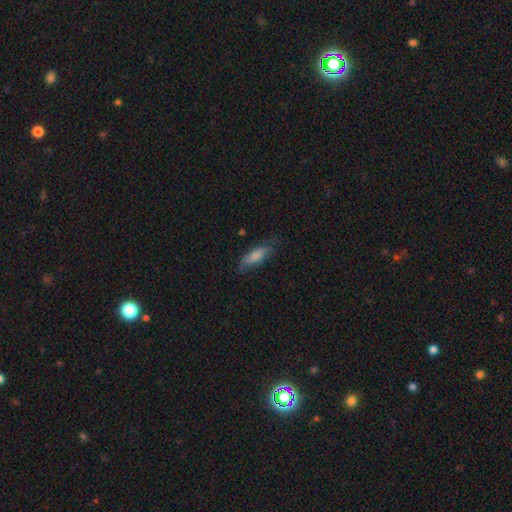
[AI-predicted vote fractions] Smooth or featured? Predicted: smooth (p=0.81). How rounded? Predicted: in between (p=0.56). Merging? Predicted: none (p=0.69).